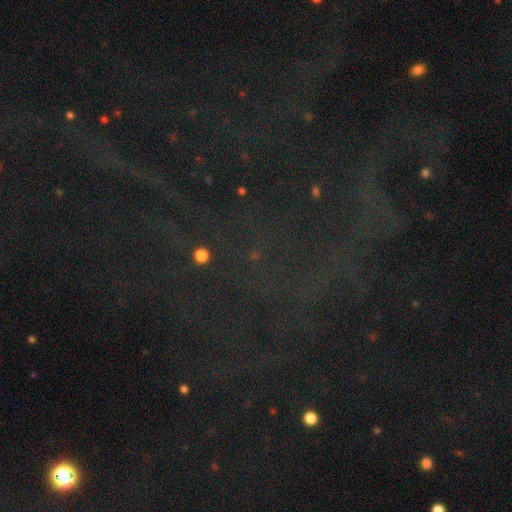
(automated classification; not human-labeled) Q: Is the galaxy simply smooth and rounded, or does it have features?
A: star or artifact — 77%.